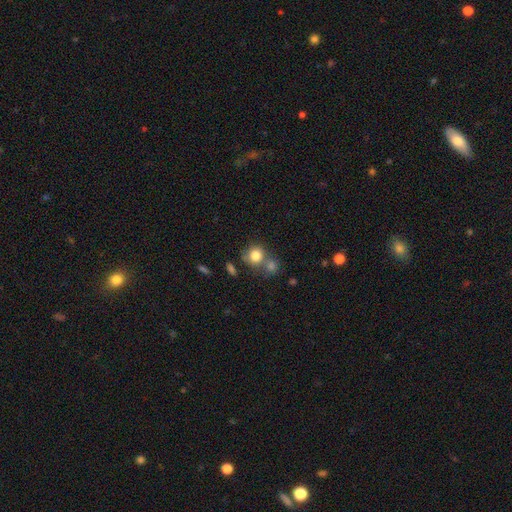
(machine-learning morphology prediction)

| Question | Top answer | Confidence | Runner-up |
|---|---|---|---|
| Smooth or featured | smooth | 81% | star or artifact (10%) |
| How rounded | round | 82% | in between (17%) |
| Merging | none | 53% | merger (30%) |